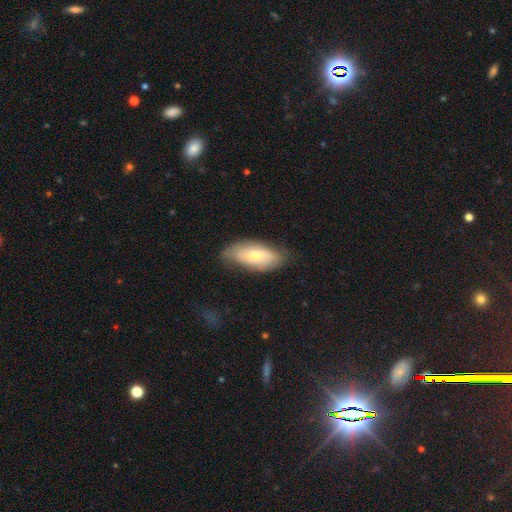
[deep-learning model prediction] A smooth galaxy with no disk features (58%) that is in between round and cigar-shaped (89%).

Vote fractions:
- Smooth or featured? smooth: 58% / featured or disk: 35% / star or artifact: 6%
- How rounded? in between: 89% / cigar-shaped: 8% / round: 3%
- Merging? none: 68% / minor disturbance: 25% / major disturbance: 6% / merger: 1%